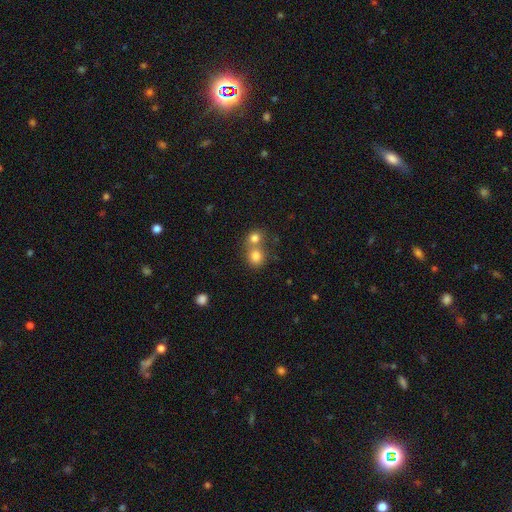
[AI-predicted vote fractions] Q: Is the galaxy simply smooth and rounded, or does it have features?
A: smooth — 80%.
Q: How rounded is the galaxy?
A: round — 81%.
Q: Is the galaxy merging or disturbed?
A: merger — 50%.